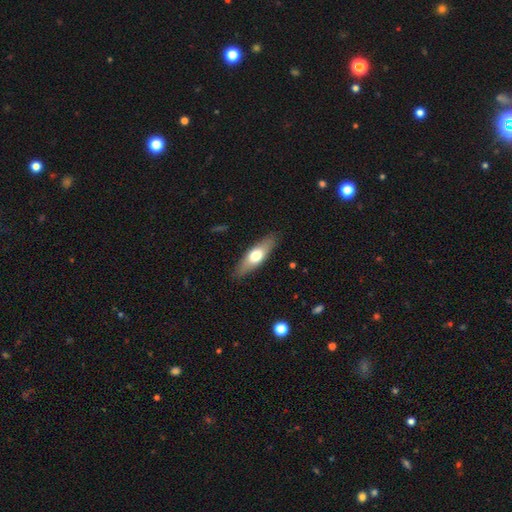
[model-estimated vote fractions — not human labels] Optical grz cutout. It shows a smooth galaxy with no disk features (58%) that is in between round and cigar-shaped (50%). Merging: none (88%).